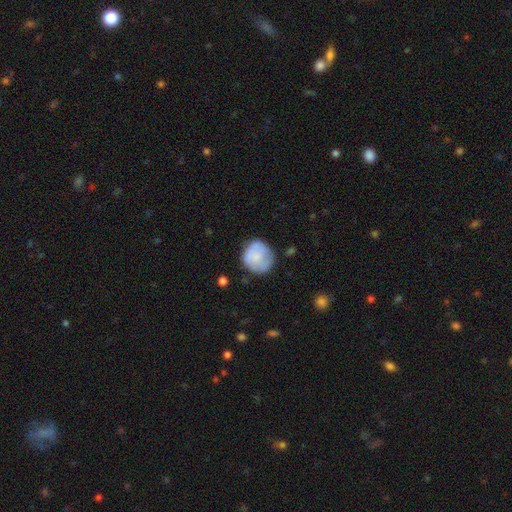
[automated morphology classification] The model was most divided on "merging": none: 67%, minor disturbance: 23%, major disturbance: 8%, merger: 2%. More confident: how rounded — round (86%); smooth or featured — smooth (70%).